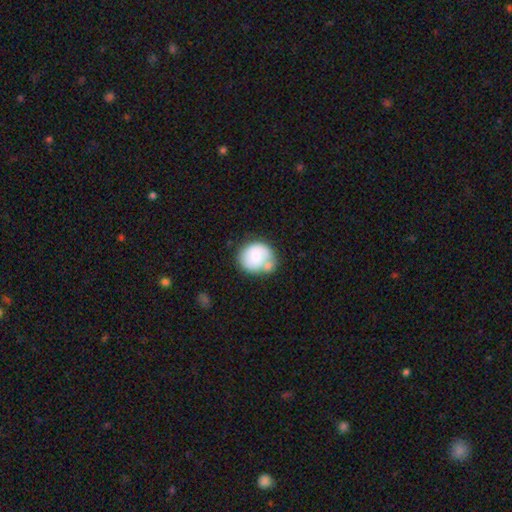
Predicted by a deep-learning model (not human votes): Smooth or featured: smooth — 67% (featured or disk — 26%)
How rounded: round — 77% (in between — 23%)
Merging: none — 44% (merger — 25%)